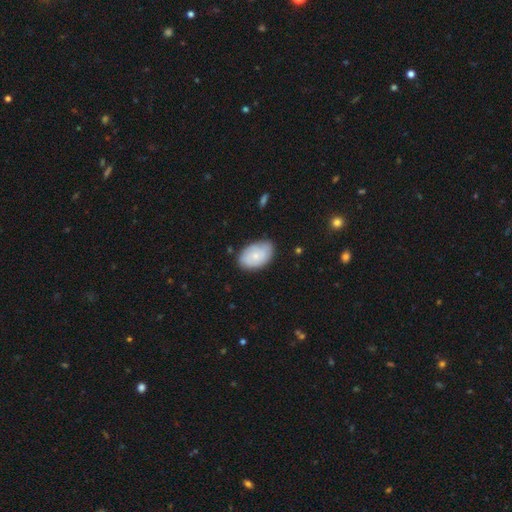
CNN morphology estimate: Overall: smooth (64%; featured or disk 29%). How rounded: in between (89%). Merging: none (74%).